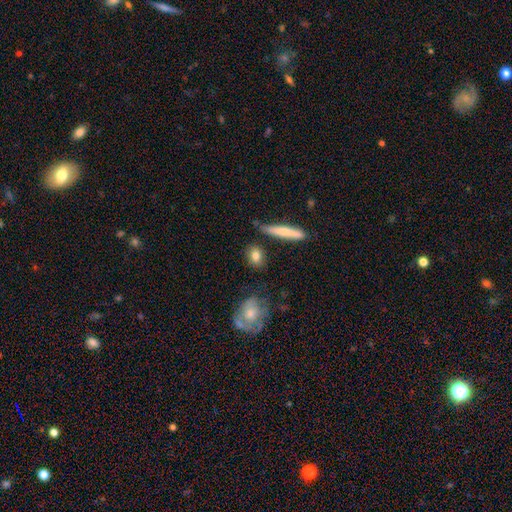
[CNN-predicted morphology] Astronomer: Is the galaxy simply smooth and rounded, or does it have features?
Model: smooth — 80%.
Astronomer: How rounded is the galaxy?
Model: in between — 56%.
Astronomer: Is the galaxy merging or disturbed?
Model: none — 78%.